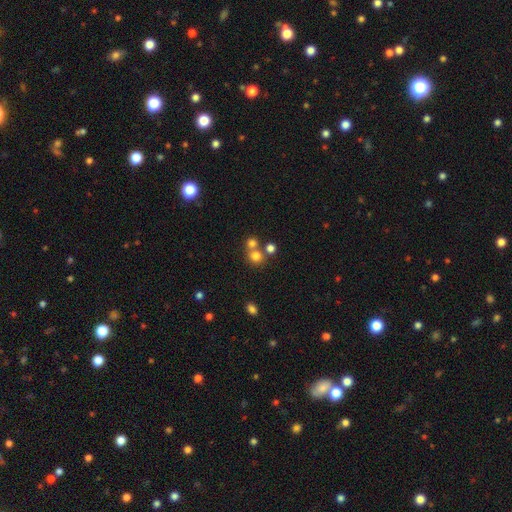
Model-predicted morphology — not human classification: A smooth galaxy with no disk features (75%) that is round (86%).

Vote fractions:
- Smooth or featured? smooth: 75% / star or artifact: 16% / featured or disk: 9%
- How rounded? round: 86% / in between: 13% / cigar-shaped: 1%
- Merging? none: 54% / merger: 35% / minor disturbance: 7% / major disturbance: 4%